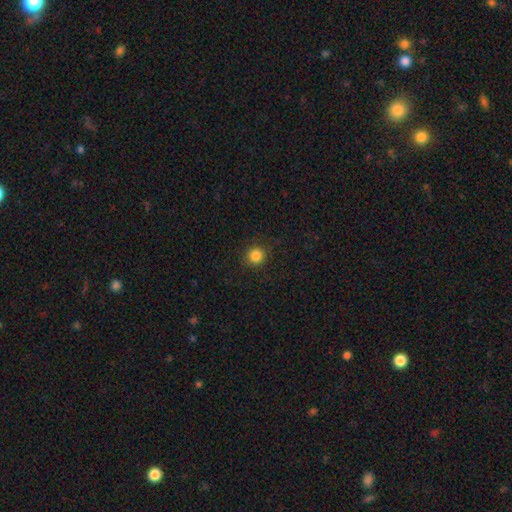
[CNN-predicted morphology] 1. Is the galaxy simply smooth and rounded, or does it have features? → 84% smooth, 12% star or artifact, 4% featured or disk.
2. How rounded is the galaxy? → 92% round, 7% in between, 1% cigar-shaped.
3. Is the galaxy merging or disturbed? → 90% none, 7% minor disturbance, 3% major disturbance, 1% merger.